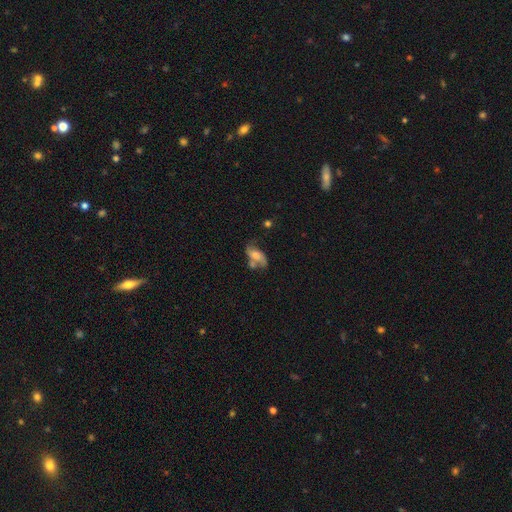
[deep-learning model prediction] featured or disk 47%, smooth 44%, star or artifact 10%. Down the decision tree: merging — none (36%).